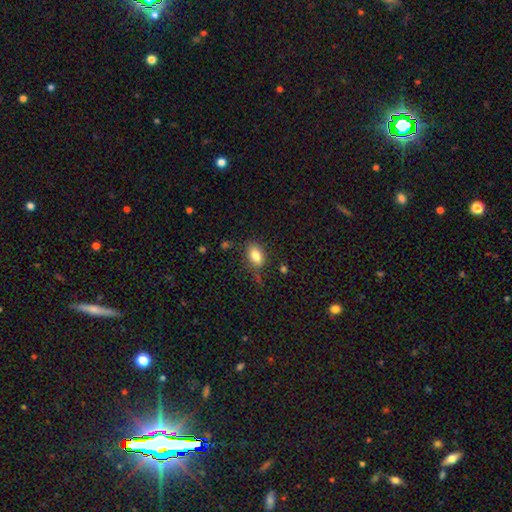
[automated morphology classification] Smooth or featured: smooth — 82% (star or artifact — 9%)
How rounded: in between — 85% (round — 13%)
Merging: none — 74% (minor disturbance — 18%)